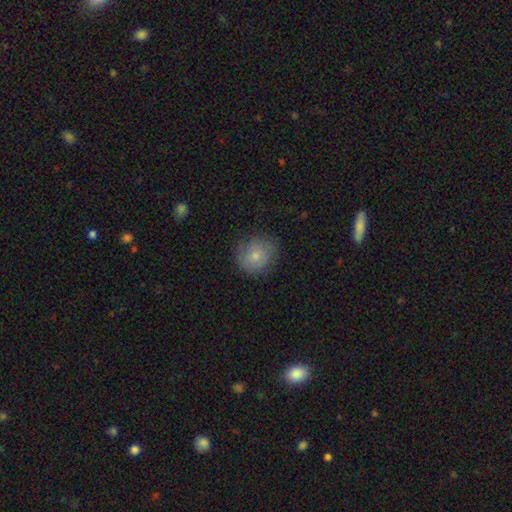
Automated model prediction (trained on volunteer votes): Smooth or featured? Predicted: smooth (p=0.77). How rounded? Predicted: round (p=0.77). Merging? Predicted: none (p=0.74).